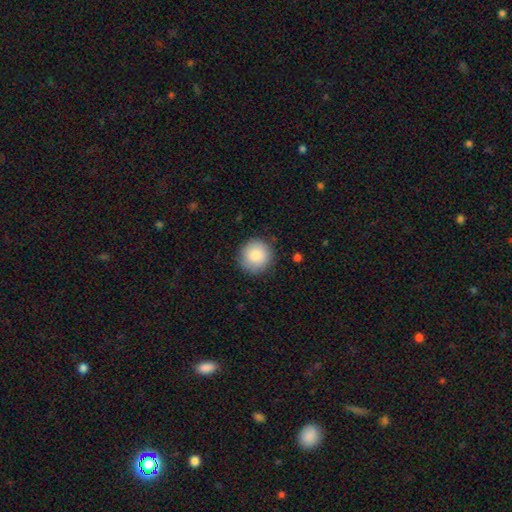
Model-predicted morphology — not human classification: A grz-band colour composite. It shows a smooth galaxy with no disk features (86%) that is round (94%). Merging: none (87%).